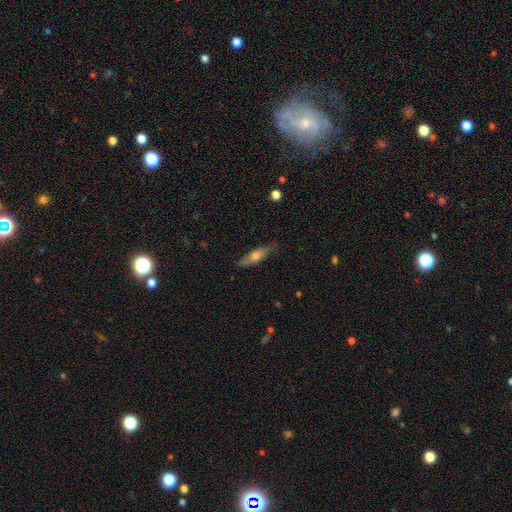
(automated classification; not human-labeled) The model was most divided on "smooth or featured": smooth: 57%, featured or disk: 37%, star or artifact: 6%. More confident: merging — none (81%); how rounded — cigar-shaped (61%).